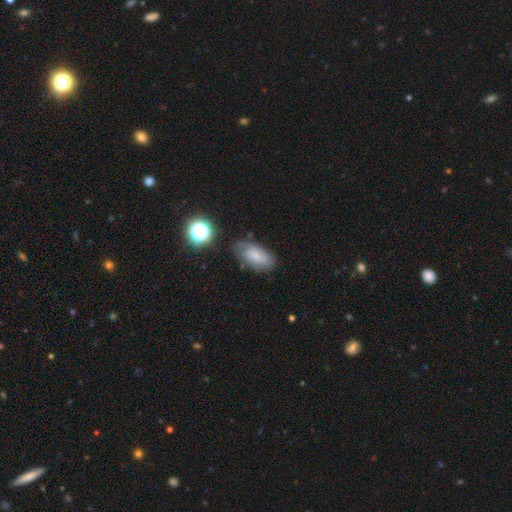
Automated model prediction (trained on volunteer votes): smooth-or-featured: smooth: 63% | featured or disk: 26% | star or artifact: 11%
  how-rounded: in between: 90% | cigar-shaped: 6% | round: 5%
  merging: none: 67% | minor disturbance: 23% | major disturbance: 7% | merger: 3%